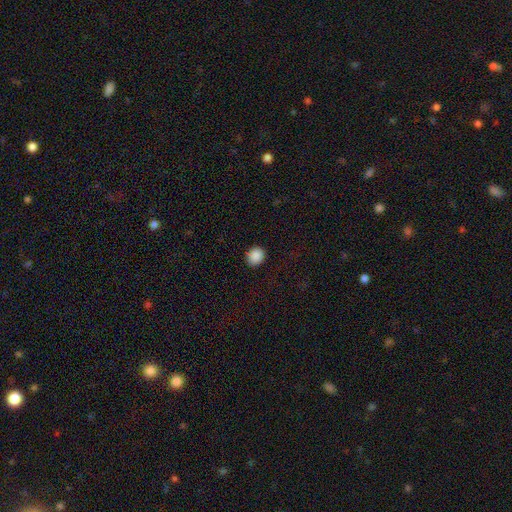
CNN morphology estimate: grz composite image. It shows a smooth galaxy with no disk features (89%) that is round (77%). Merging: none (88%).